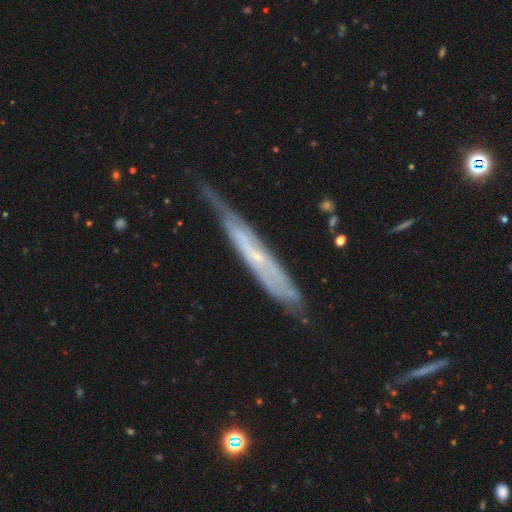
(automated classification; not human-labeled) Smooth or featured? featured or disk (71%)
Edge-on disk? yes (67%)
Merging? none (60%)